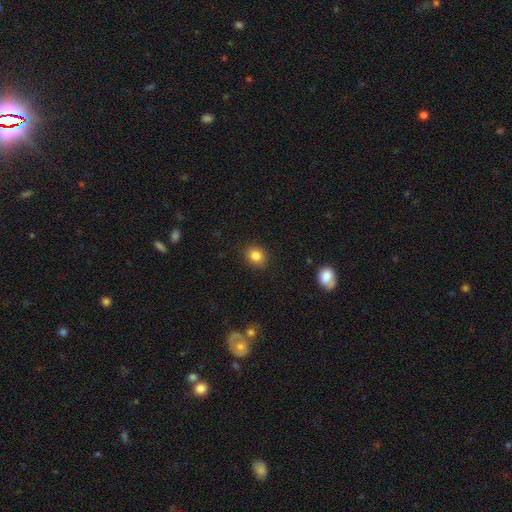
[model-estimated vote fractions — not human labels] This appears to be a smooth galaxy with no disk features (84%) that is round (64%). Merging: none (89%).